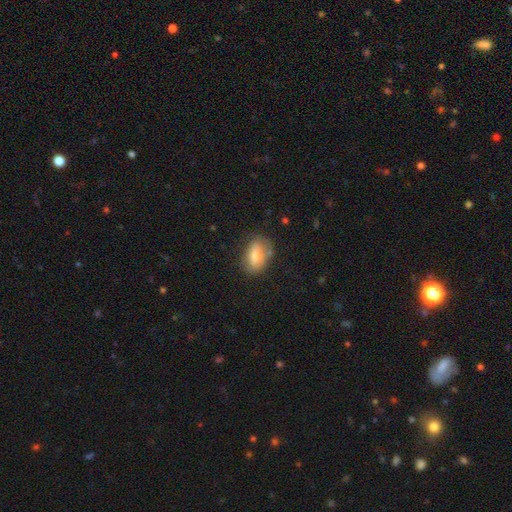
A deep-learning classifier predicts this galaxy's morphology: Smooth or featured? Predicted: smooth (p=0.77). How rounded? Predicted: in between (p=0.87). Merging? Predicted: none (p=0.66).